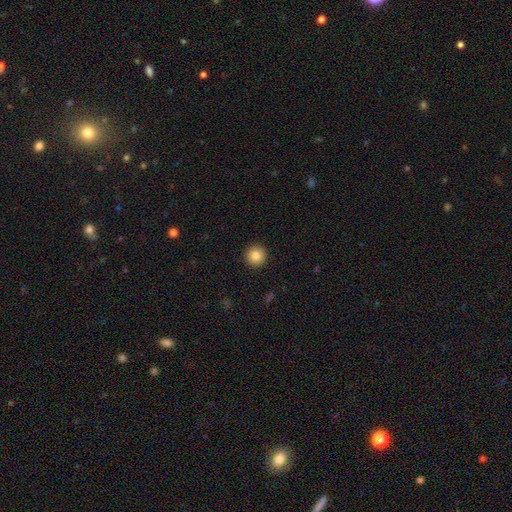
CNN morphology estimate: The model was most divided on "smooth or featured": smooth: 86%, star or artifact: 9%, featured or disk: 5%. More confident: how rounded — round (95%); merging — none (93%).